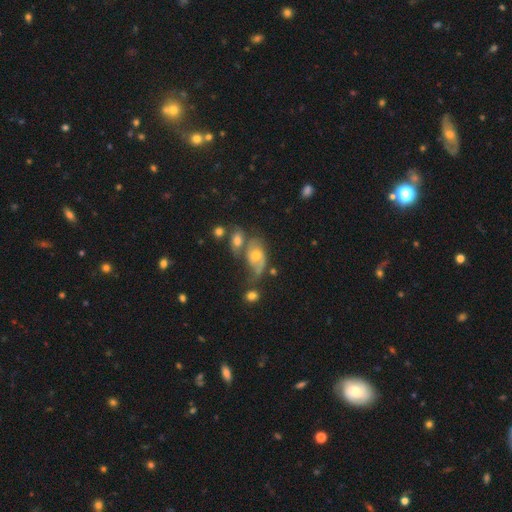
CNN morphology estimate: featured or disk 56%, smooth 32%, star or artifact 12%. Down the decision tree: edge-on disk — no (95%); bar — no (73%); spiral arms — yes (72%); bulge size — moderate (66%); merging — merger (32%, tied with none).